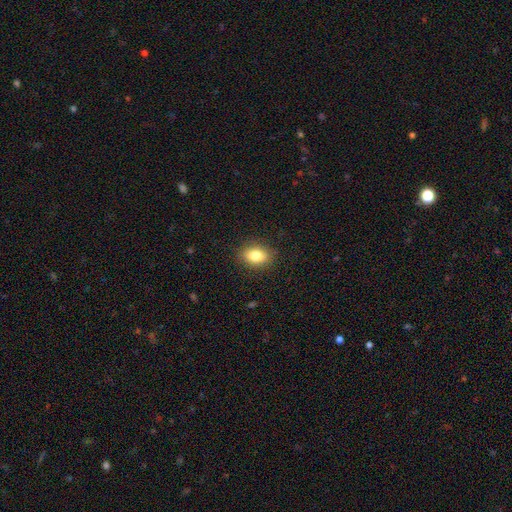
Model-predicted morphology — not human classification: smooth_or_featured: smooth (p=0.83) [alt: star or artifact p=0.09]
how_rounded: in between (p=0.73) [alt: round p=0.25]
merging: none (p=0.88) [alt: minor disturbance p=0.09]